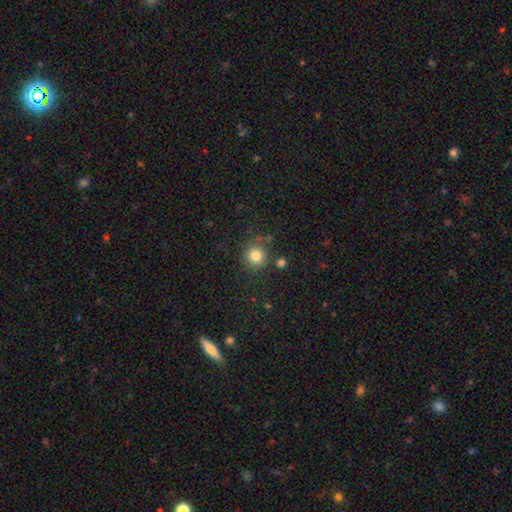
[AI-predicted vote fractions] This is clearly a smooth galaxy (82%). How rounded: clearly round (92%). Merging: clearly none (82%).